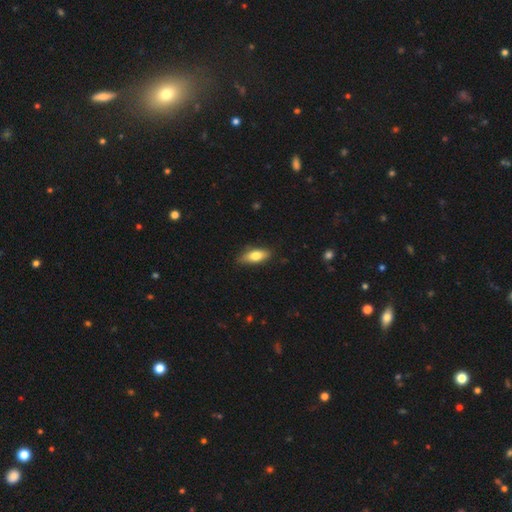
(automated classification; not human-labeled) Q: Smooth or featured?
A: smooth (75%); runner-up: featured or disk (18%)
Q: How rounded?
A: in between (72%); runner-up: cigar-shaped (25%)
Q: Merging?
A: none (80%); runner-up: minor disturbance (16%)